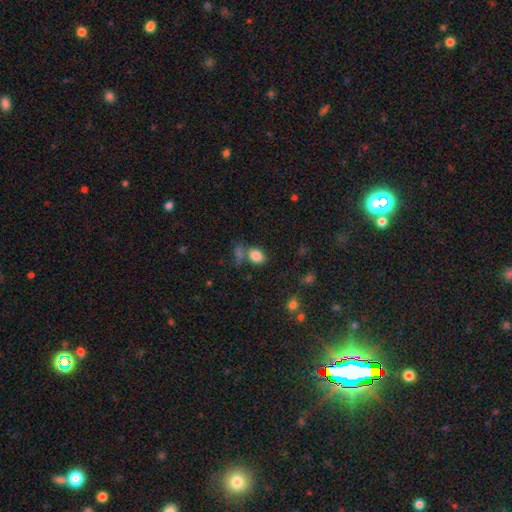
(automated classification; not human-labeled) Q: Smooth or featured?
A: smooth (83%); runner-up: star or artifact (11%)
Q: How rounded?
A: in between (72%); runner-up: round (27%)
Q: Merging?
A: none (57%); runner-up: merger (25%)